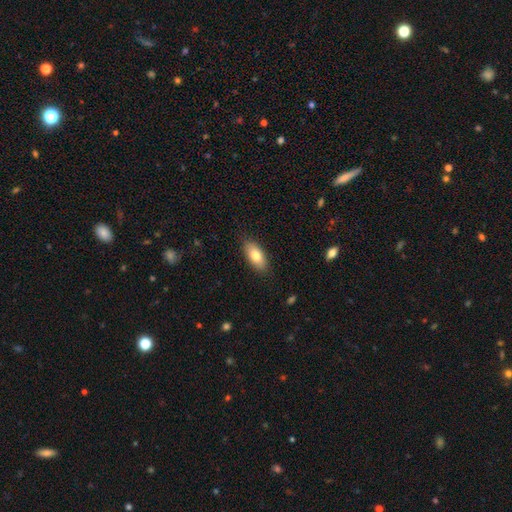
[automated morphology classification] smooth_or_featured: smooth (p=0.78) [alt: featured or disk p=0.16]
how_rounded: in between (p=0.88) [alt: cigar-shaped p=0.09]
merging: none (p=0.86) [alt: minor disturbance p=0.11]